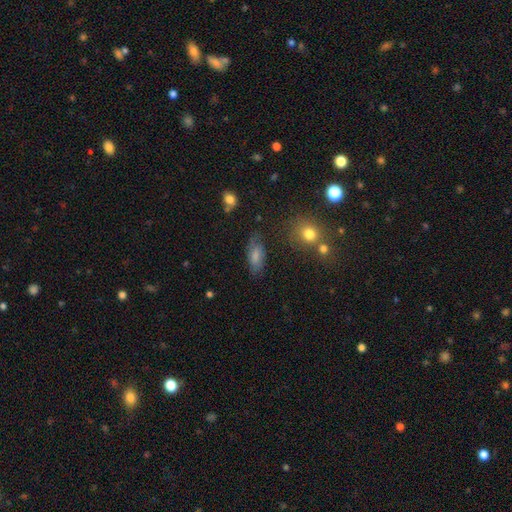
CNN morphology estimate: smooth 64%, featured or disk 27%, star or artifact 10%. Down the decision tree: how rounded — in between (86%); merging — none (68%).